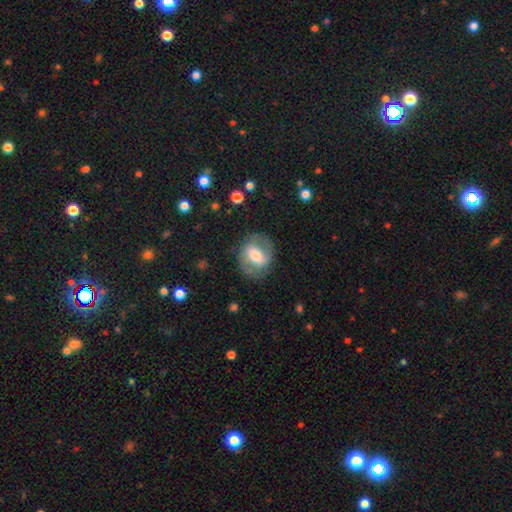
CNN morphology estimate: Smooth or featured? featured or disk (58%)
Edge-on disk? no (95%)
Bar? weak (40%)
Spiral arms? yes (68%)
Bulge size? moderate (62%)
Merging? none (78%)